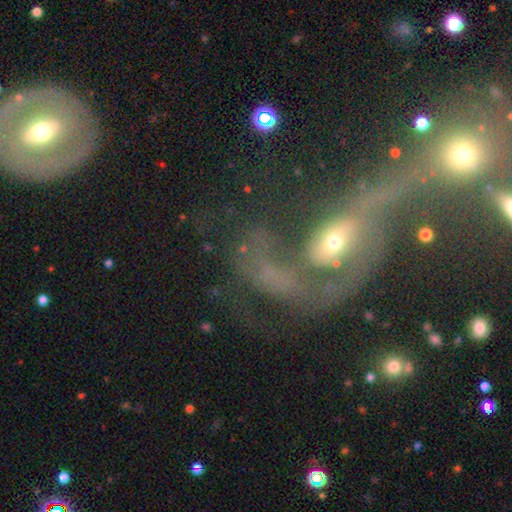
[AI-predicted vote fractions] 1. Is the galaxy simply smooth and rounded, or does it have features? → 69% featured or disk, 18% smooth, 12% star or artifact.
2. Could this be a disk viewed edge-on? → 94% no, 6% yes.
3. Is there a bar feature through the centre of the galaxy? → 55% no, 30% weak, 15% strong.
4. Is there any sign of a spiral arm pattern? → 72% yes, 28% no.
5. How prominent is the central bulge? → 51% moderate, 37% small, 5% large, 5% none, 2% dominant.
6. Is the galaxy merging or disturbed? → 47% merger, 24% major disturbance, 19% none, 10% minor disturbance.